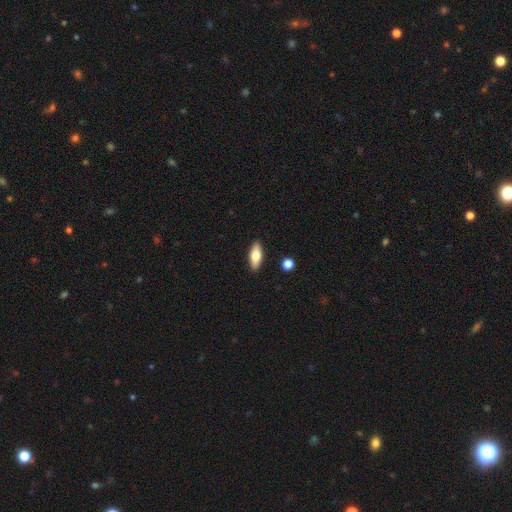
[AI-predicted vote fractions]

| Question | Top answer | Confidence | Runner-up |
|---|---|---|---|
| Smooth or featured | smooth | 69% | featured or disk (25%) |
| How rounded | in between | 75% | cigar-shaped (22%) |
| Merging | none | 89% | minor disturbance (7%) |